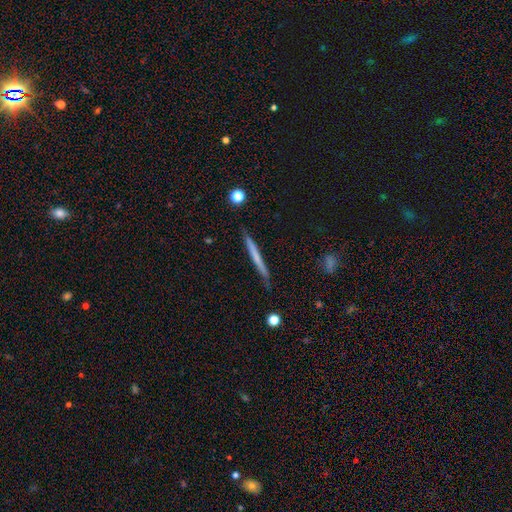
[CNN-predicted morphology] Smooth or featured: smooth — 54% (featured or disk — 40%)
How rounded: cigar-shaped — 97% (in between — 2%)
Merging: none — 87% (minor disturbance — 10%)